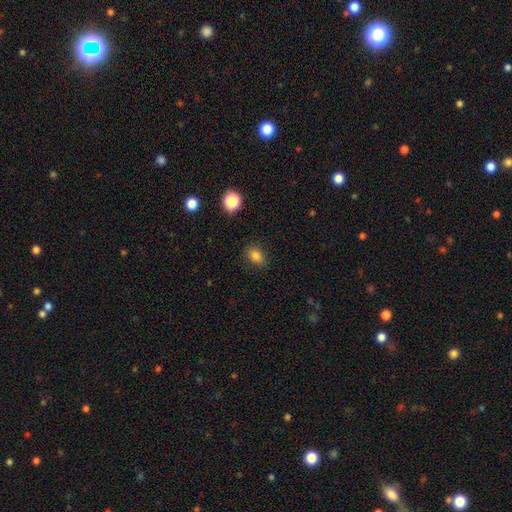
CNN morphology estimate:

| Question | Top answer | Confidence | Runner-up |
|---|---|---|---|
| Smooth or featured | smooth | 82% | star or artifact (12%) |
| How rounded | in between | 70% | round (28%) |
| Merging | none | 85% | minor disturbance (11%) |